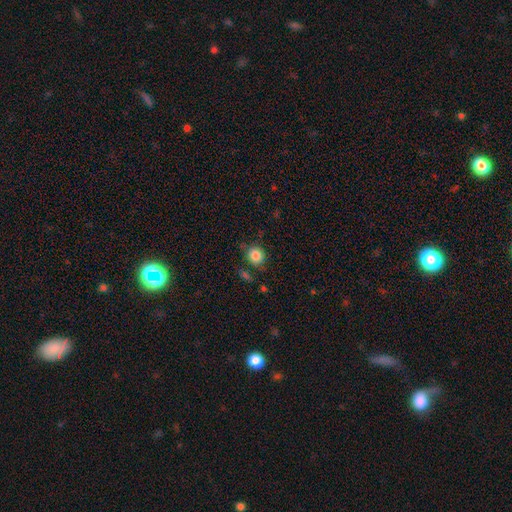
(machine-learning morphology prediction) A smooth galaxy with no disk features (85%) that is round (82%). Merging: none (75%).